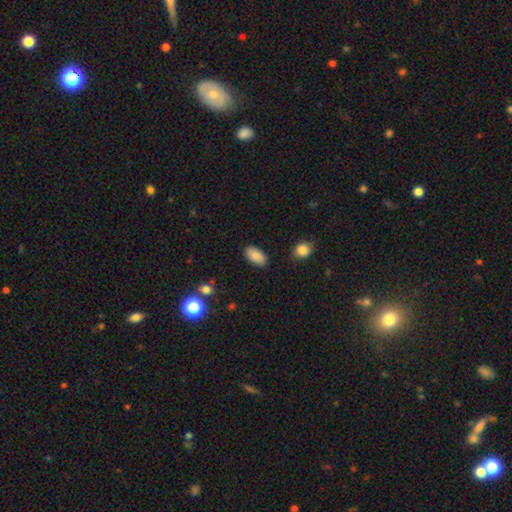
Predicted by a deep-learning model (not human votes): smooth-or-featured: smooth: 85% | featured or disk: 8% | star or artifact: 8%
  how-rounded: in between: 94% | round: 3% | cigar-shaped: 2%
  merging: none: 86% | minor disturbance: 10% | major disturbance: 2% | merger: 2%